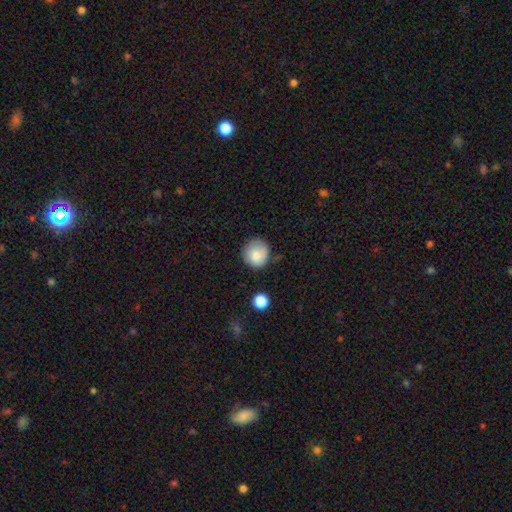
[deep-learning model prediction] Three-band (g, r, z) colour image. It shows a smooth galaxy with no disk features (80%) that is round (87%). Merging: none (74%).